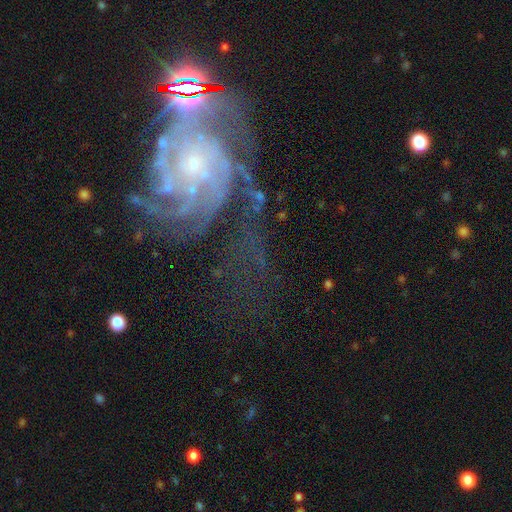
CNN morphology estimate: This is clearly a featured or disk galaxy (84%). It is clearly not viewed edge-on (97%). Bar: likely no (70%). Spiral arm pattern: clearly yes (97%). Spiral arm count: marginally 4 (25%). Spiral winding: likely tight (70%). Central bulge: likely small (76%). Merging: possibly none (54%).